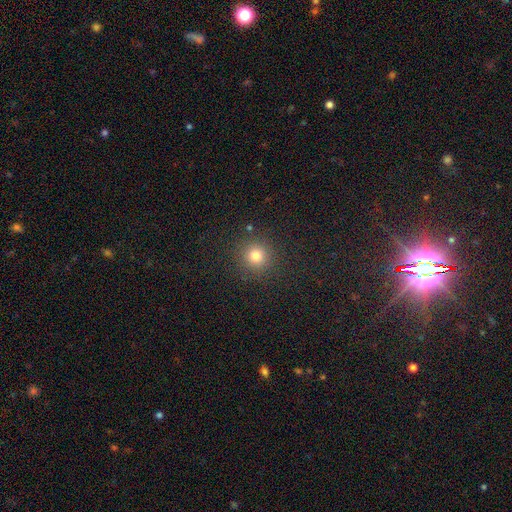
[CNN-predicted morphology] Smooth or featured: smooth — 78% (star or artifact — 16%)
How rounded: round — 94% (in between — 5%)
Merging: none — 90% (minor disturbance — 6%)